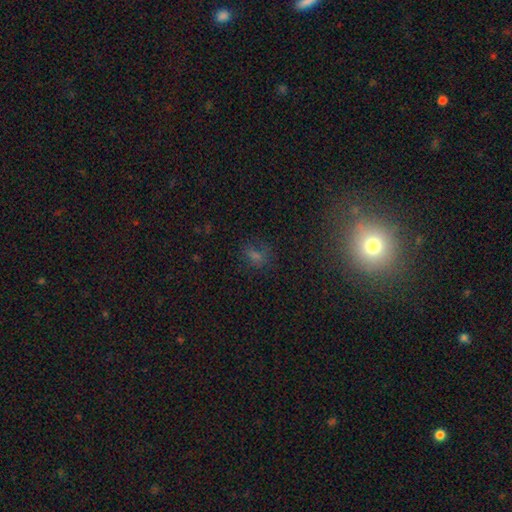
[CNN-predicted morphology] smooth_or_featured: smooth (p=0.45) [alt: star or artifact p=0.41]
merging: none (p=0.68) [alt: minor disturbance p=0.17]